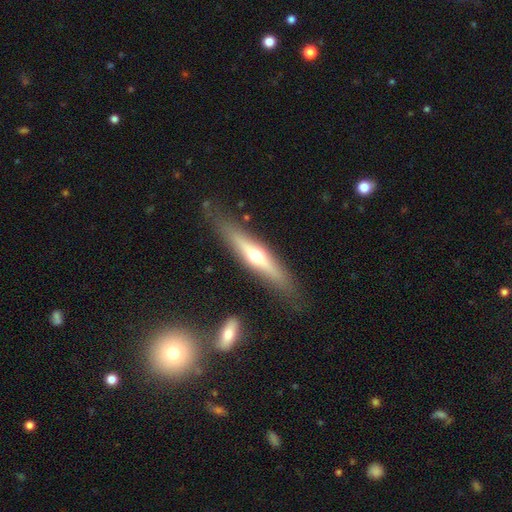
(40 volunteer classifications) This appears to be a featured or disk galaxy (62%) viewed edge-on (100%) with a rounded central bulge (80%). Merging: none (77%).